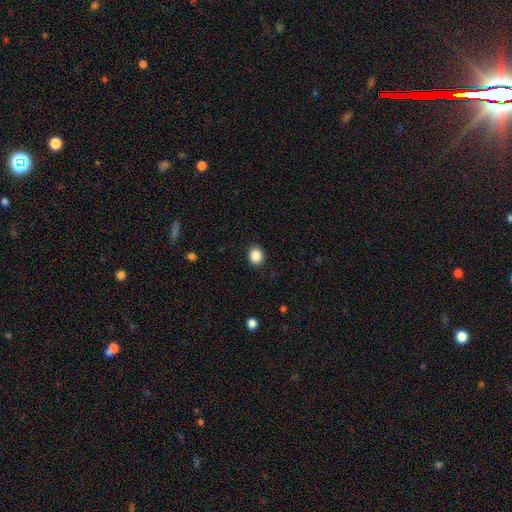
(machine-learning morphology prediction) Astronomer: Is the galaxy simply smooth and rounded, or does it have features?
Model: smooth — 87%.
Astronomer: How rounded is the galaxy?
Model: round — 60% (runner-up: in between, 39%).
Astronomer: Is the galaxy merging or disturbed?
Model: none — 90%.